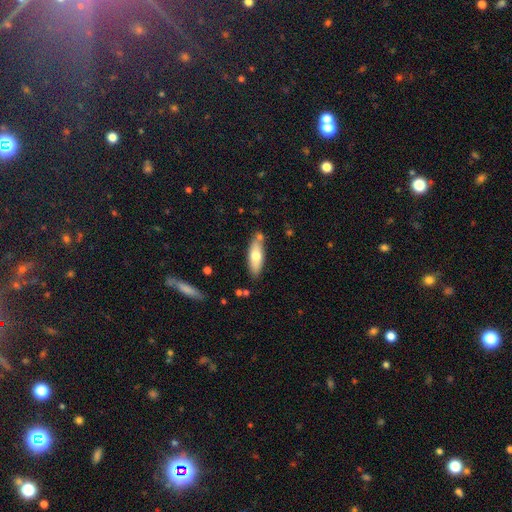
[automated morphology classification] Smooth or featured: smooth — 67% (featured or disk — 27%)
How rounded: in between — 58% (cigar-shaped — 40%)
Merging: none — 75% (minor disturbance — 15%)